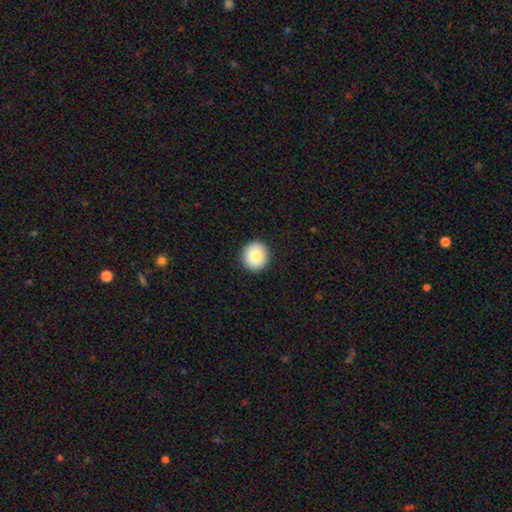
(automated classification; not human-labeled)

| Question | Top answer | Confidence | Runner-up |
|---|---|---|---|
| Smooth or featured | smooth | 86% | star or artifact (8%) |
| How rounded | round | 90% | in between (9%) |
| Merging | none | 92% | minor disturbance (5%) |